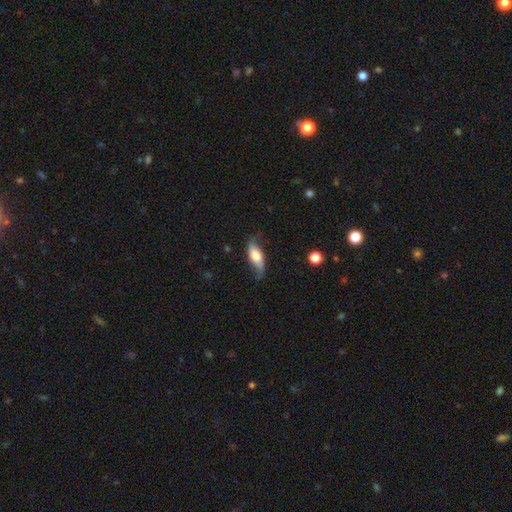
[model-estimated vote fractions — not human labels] Smooth or featured: featured or disk — 53% (smooth — 40%)
Edge-on disk: no — 73% (yes — 27%)
Merging: none — 61% (minor disturbance — 27%)